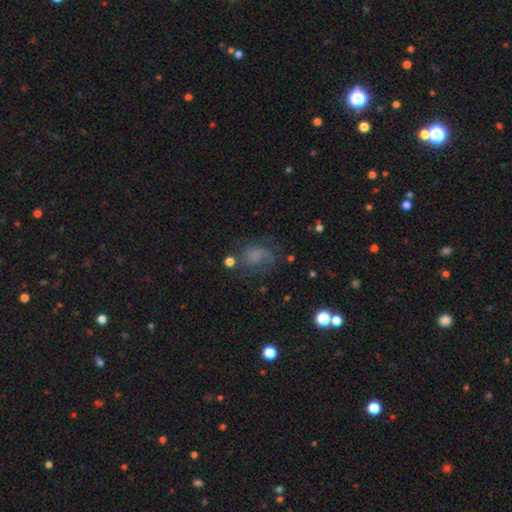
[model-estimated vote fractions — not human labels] smooth-or-featured: featured or disk: 42% | smooth: 38% | star or artifact: 20%
  merging: none: 51% | major disturbance: 23% | minor disturbance: 22% | merger: 4%